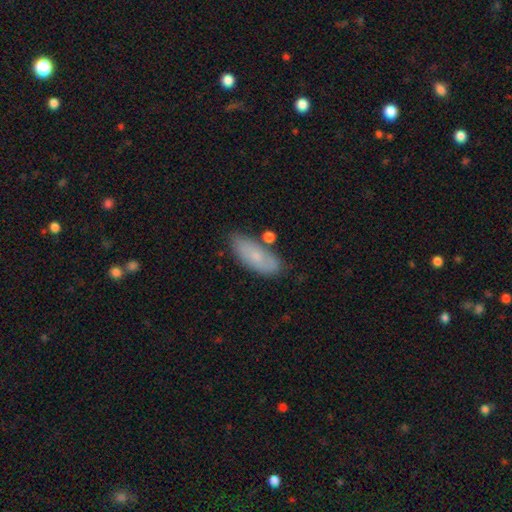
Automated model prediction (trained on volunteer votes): Smooth or featured?
  - smooth: 72% *
  - featured or disk: 21%
  - star or artifact: 7%
How rounded?
  - in between: 79% *
  - cigar-shaped: 19%
  - round: 3%
Merging?
  - none: 68% *
  - minor disturbance: 20%
  - merger: 8%
  - major disturbance: 4%